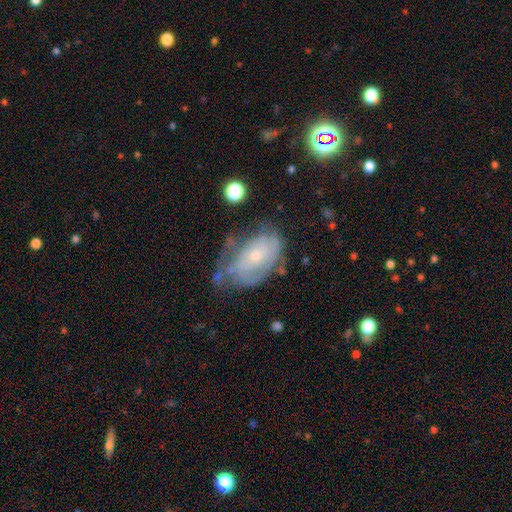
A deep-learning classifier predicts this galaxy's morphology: Q: Smooth or featured?
A: featured or disk (66%); runner-up: smooth (26%)
Q: Edge-on disk?
A: no (95%); runner-up: yes (5%)
Q: Bar?
A: no (79%); runner-up: weak (17%)
Q: Spiral arms?
A: yes (70%); runner-up: no (30%)
Q: Bulge size?
A: small (68%); runner-up: moderate (27%)
Q: Merging?
A: none (46%); runner-up: minor disturbance (30%)